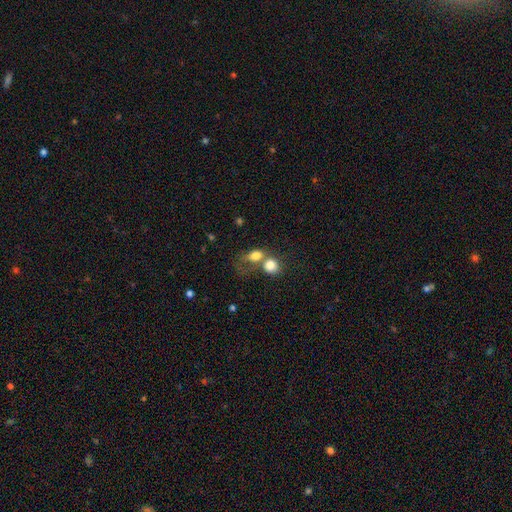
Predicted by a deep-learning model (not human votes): The model was most divided on "how rounded": in between: 54%, round: 44%, cigar-shaped: 2%. More confident: smooth or featured — smooth (77%); merging — merger (60%).